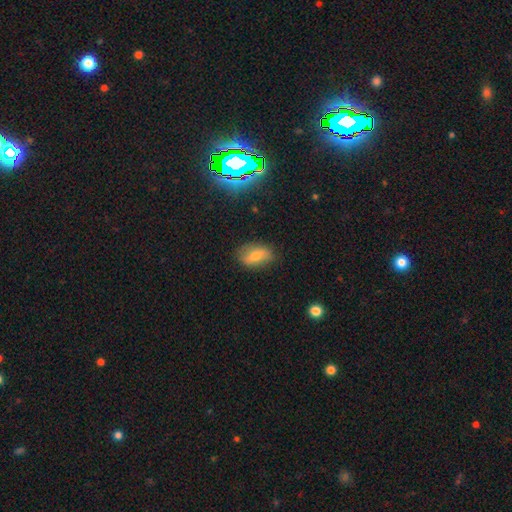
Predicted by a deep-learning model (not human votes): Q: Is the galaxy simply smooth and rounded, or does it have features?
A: smooth — 60%.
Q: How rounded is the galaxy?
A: in between — 84%.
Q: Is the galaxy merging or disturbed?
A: none — 79%.